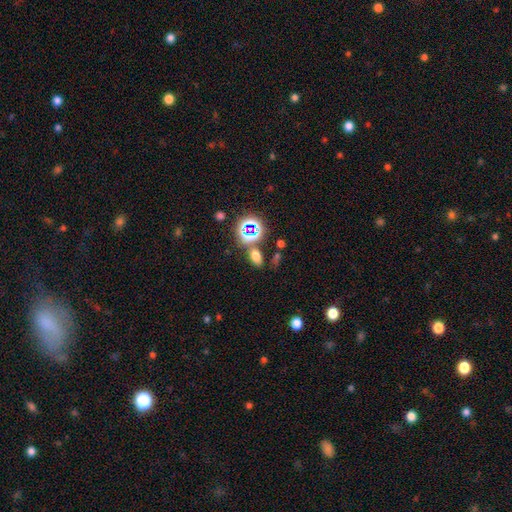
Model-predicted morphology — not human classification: A smooth galaxy with no disk features (64%) that is in between round and cigar-shaped (83%).

Vote fractions:
- Smooth or featured? smooth: 64% / star or artifact: 28% / featured or disk: 8%
- How rounded? in between: 83% / round: 14% / cigar-shaped: 3%
- Merging? none: 71% / merger: 13% / minor disturbance: 11% / major disturbance: 5%